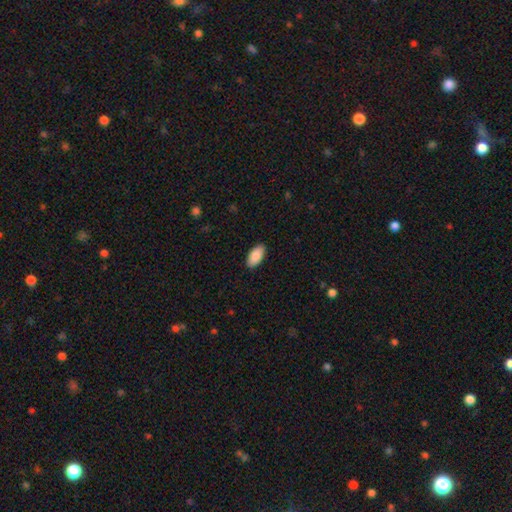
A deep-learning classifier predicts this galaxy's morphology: This appears to be a smooth galaxy with no disk features (90%) that is in between round and cigar-shaped (94%). Merging: none (89%).